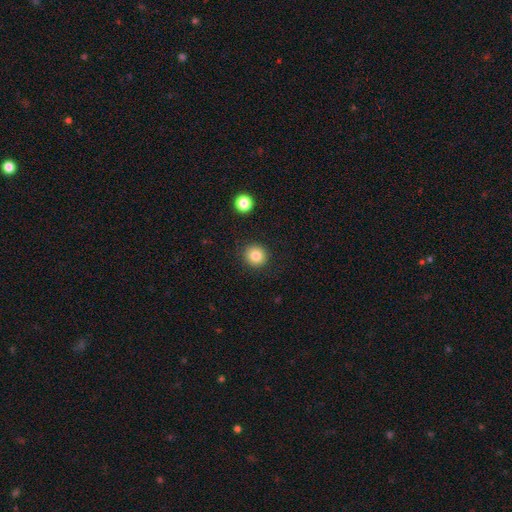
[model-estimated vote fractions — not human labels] Smooth or featured: smooth — 82% (star or artifact — 11%)
How rounded: round — 91% (in between — 8%)
Merging: none — 90% (minor disturbance — 6%)